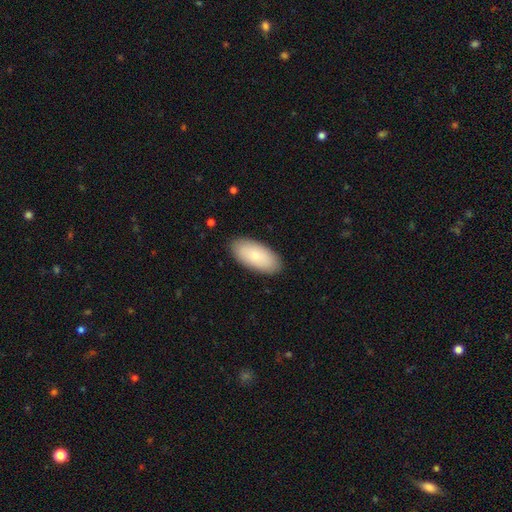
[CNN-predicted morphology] A smooth galaxy with no disk features (78%) that is in between round and cigar-shaped (94%). Merging: none (88%).